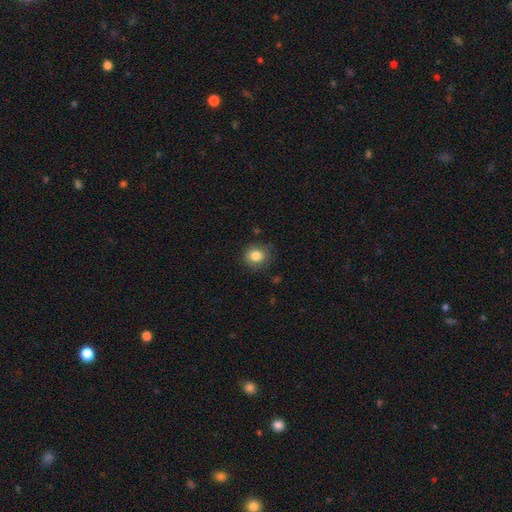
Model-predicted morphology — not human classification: The model was most divided on "how rounded": round: 76%, in between: 23%, cigar-shaped: 1%. More confident: smooth or featured — smooth (83%); merging — none (79%).